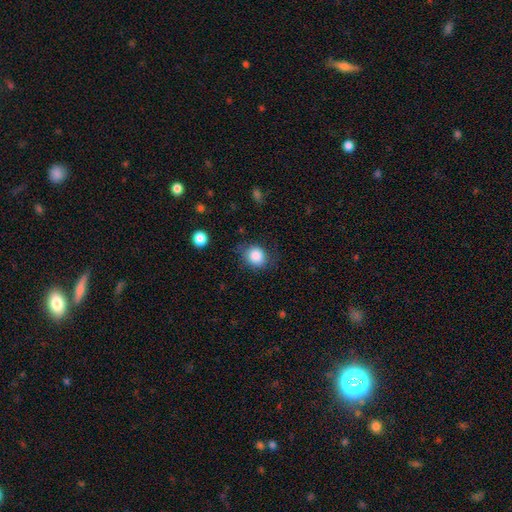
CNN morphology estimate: This appears to be a smooth galaxy with no disk features (85%) that is round (70%). Merging: none (71%).